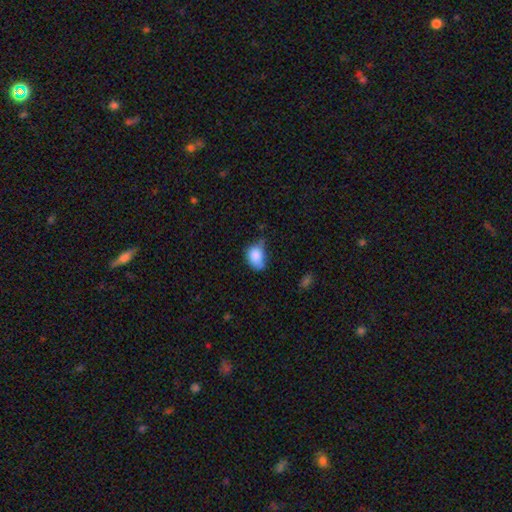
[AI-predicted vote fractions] smooth 82%, featured or disk 9%, star or artifact 9%. Down the decision tree: how rounded — in between (72%); merging — minor disturbance (44%).